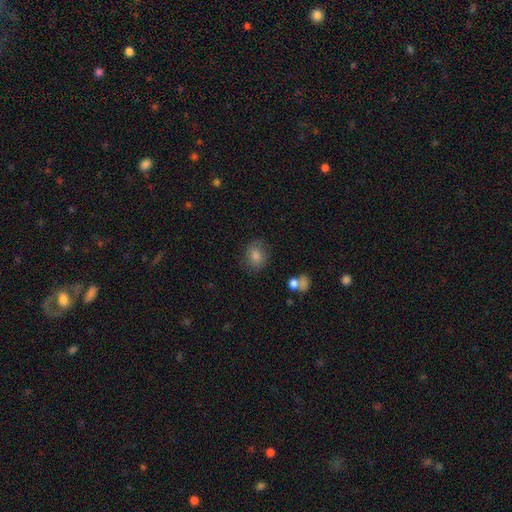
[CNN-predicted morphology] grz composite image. It shows a smooth galaxy with no disk features (74%) that is round (62%). Merging: none (82%).